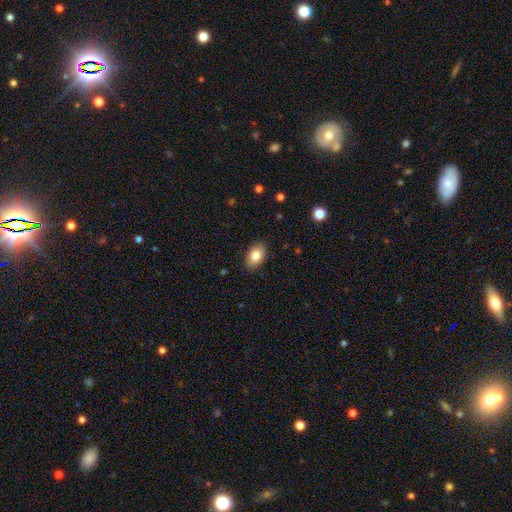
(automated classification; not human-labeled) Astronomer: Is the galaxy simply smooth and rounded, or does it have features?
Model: smooth — 83%.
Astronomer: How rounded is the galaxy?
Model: in between — 87%.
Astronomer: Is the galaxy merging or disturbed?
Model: none — 87%.